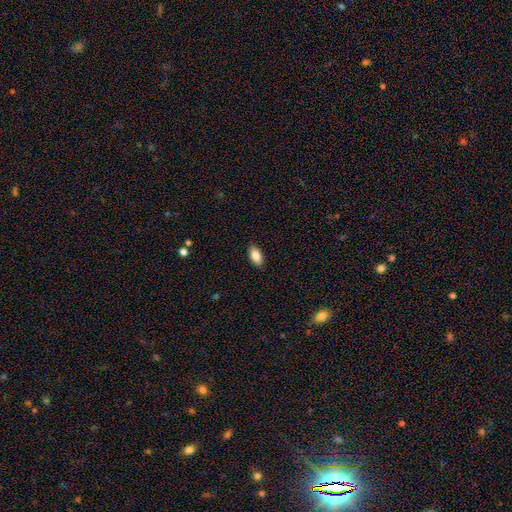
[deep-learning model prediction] A smooth galaxy with no disk features (85%) that is in between round and cigar-shaped (90%). Merging: none (89%).